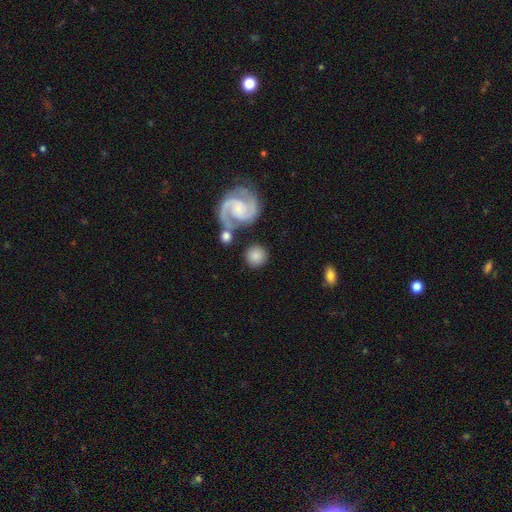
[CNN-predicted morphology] smooth-or-featured: smooth: 60% | featured or disk: 32% | star or artifact: 7%
  how-rounded: round: 91% | in between: 7% | cigar-shaped: 1%
  merging: none: 76% | merger: 10% | minor disturbance: 10% | major disturbance: 4%